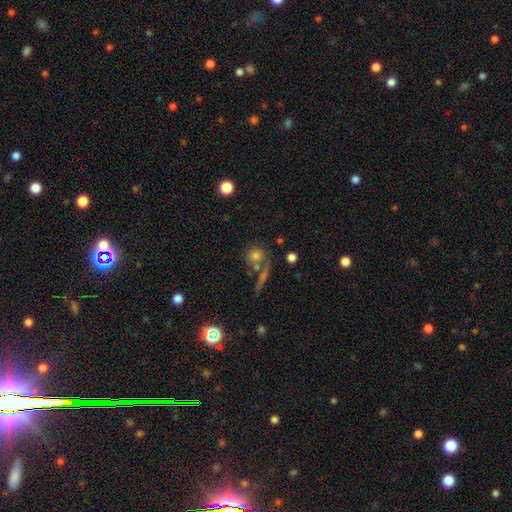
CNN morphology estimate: Smooth or featured?
  - smooth: 71% *
  - featured or disk: 16%
  - star or artifact: 13%
How rounded?
  - round: 84% *
  - in between: 13%
  - cigar-shaped: 3%
Merging?
  - none: 55% *
  - merger: 25%
  - minor disturbance: 12%
  - major disturbance: 7%